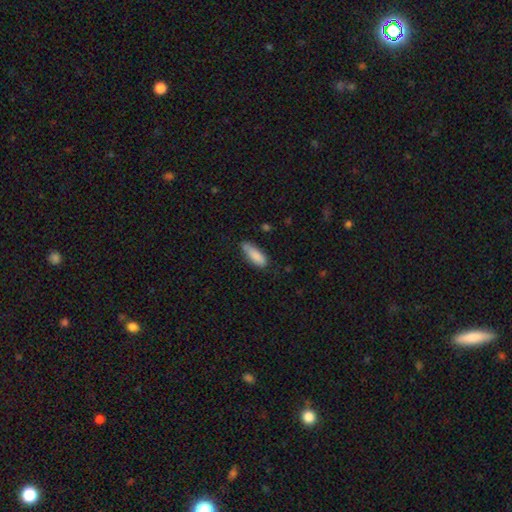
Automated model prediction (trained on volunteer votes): Overall: smooth (86%). How rounded: in between (56%; cigar-shaped 42%). Merging: none (66%; minor disturbance 28%).